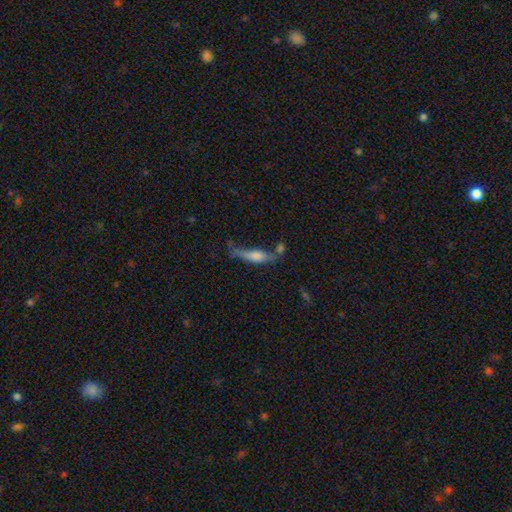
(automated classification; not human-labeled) This is possibly a smooth galaxy (45%, tied with featured or disk). Merging: marginally none (44%).